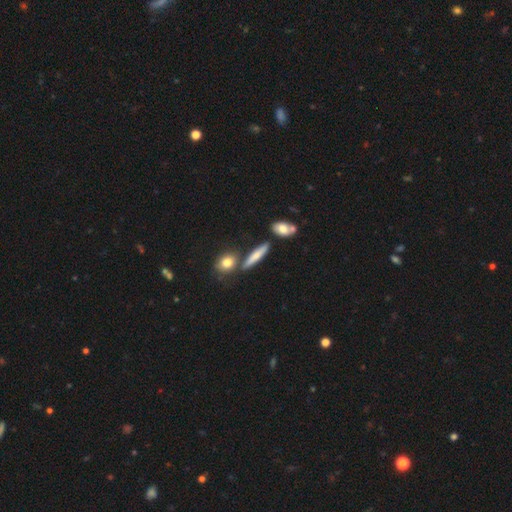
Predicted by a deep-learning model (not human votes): A smooth galaxy with no disk features (61%) that is cigar-shaped (77%).

Vote fractions:
- Smooth or featured? smooth: 61% / featured or disk: 30% / star or artifact: 8%
- How rounded? cigar-shaped: 77% / in between: 17% / round: 6%
- Merging? none: 76% / minor disturbance: 11% / merger: 9% / major disturbance: 3%